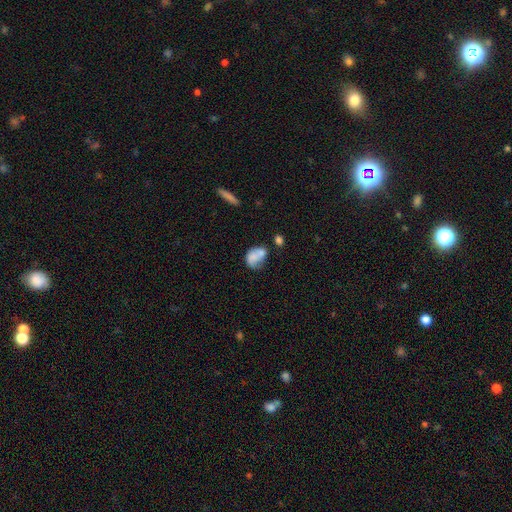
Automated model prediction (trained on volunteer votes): smooth_or_featured: smooth (p=0.69) [alt: featured or disk p=0.22]
how_rounded: in between (p=0.73) [alt: round p=0.26]
merging: merger (p=0.36) [alt: none p=0.27]